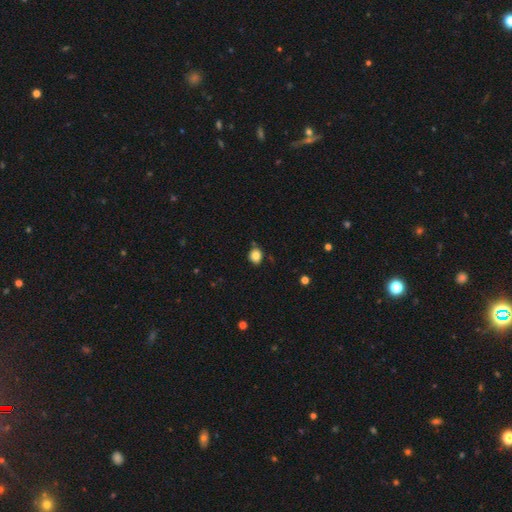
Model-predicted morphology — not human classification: This appears to be a smooth galaxy with no disk features (83%) that is round (66%). Merging: none (81%).